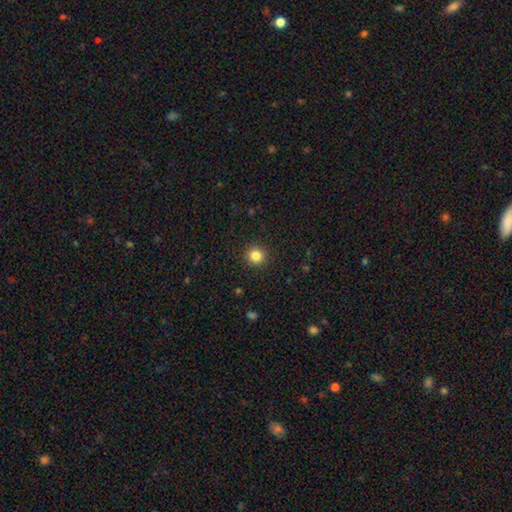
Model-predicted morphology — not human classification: type=smooth (84%); roundness=round (94%); merging=none (92%).